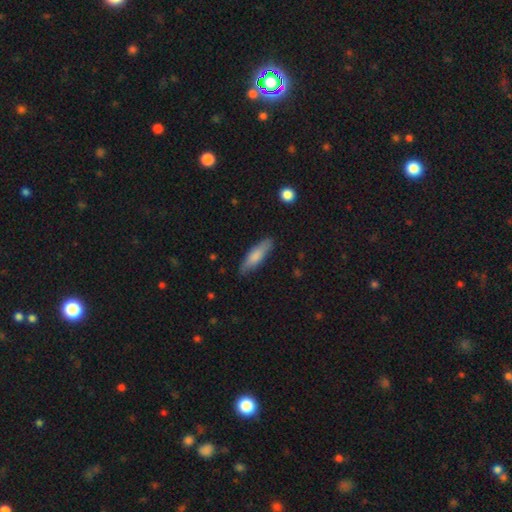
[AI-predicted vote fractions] Smooth or featured? smooth (75%)
How rounded? cigar-shaped (64%)
Merging? none (83%)